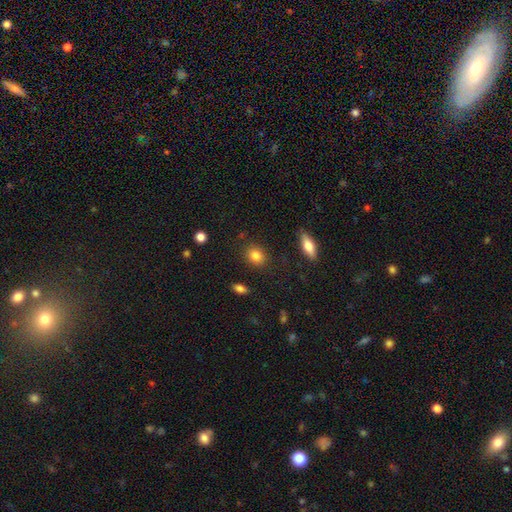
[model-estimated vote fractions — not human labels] Overall: smooth (84%). How rounded: round (54%; in between 44%). Merging: none (86%).